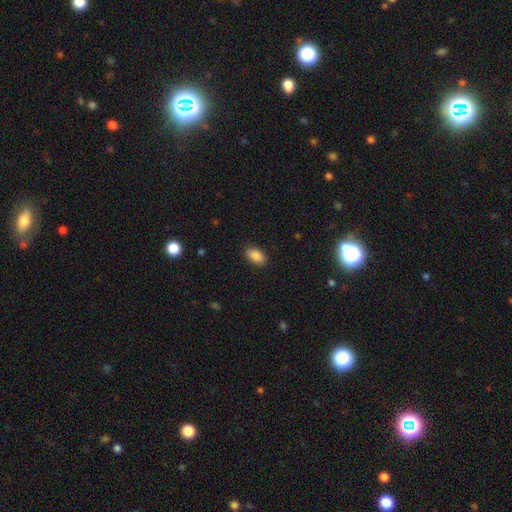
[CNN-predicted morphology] A smooth galaxy with no disk features (89%) that is in between round and cigar-shaped (93%).

Vote fractions:
- Smooth or featured? smooth: 89% / star or artifact: 8% / featured or disk: 4%
- How rounded? in between: 93% / round: 5% / cigar-shaped: 3%
- Merging? none: 87% / minor disturbance: 9% / major disturbance: 2% / merger: 1%